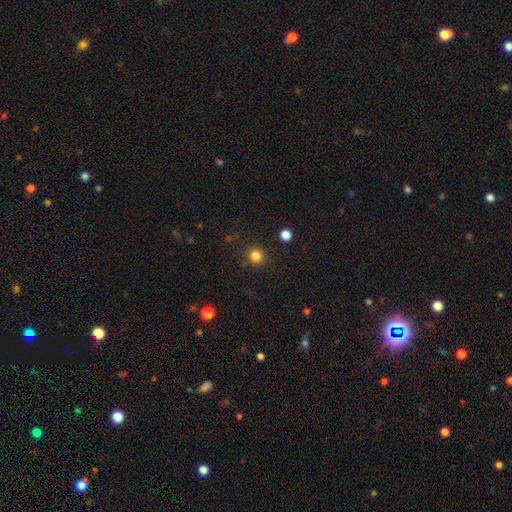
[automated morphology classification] Smooth or featured: smooth — 83% (star or artifact — 13%)
How rounded: round — 92% (in between — 7%)
Merging: none — 90% (minor disturbance — 6%)